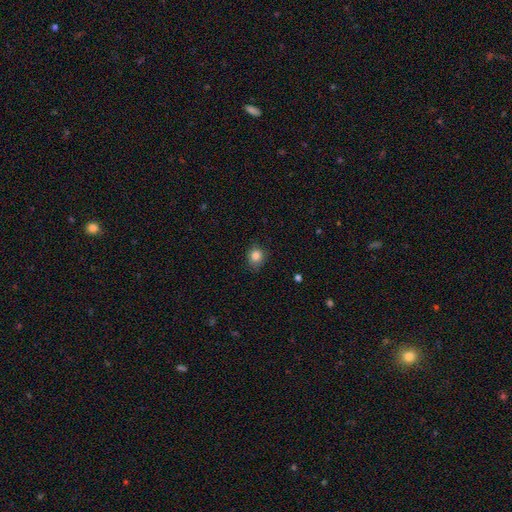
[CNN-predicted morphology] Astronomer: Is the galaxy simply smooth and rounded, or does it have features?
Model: smooth — 84%.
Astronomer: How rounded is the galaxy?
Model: round — 72%.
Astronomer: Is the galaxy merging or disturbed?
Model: none — 80%.